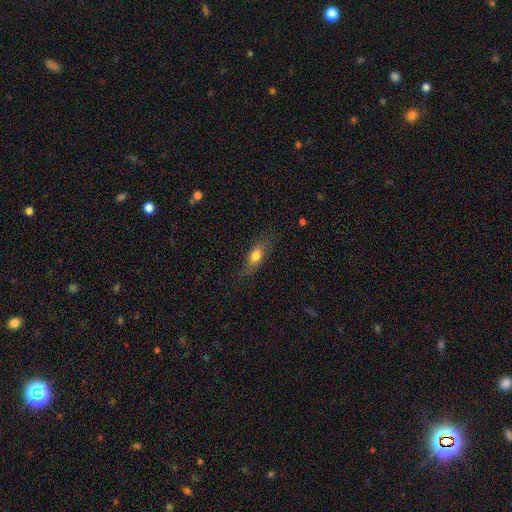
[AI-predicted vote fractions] Q: Smooth or featured?
A: smooth (70%); runner-up: featured or disk (22%)
Q: How rounded?
A: in between (68%); runner-up: cigar-shaped (27%)
Q: Merging?
A: none (75%); runner-up: minor disturbance (19%)